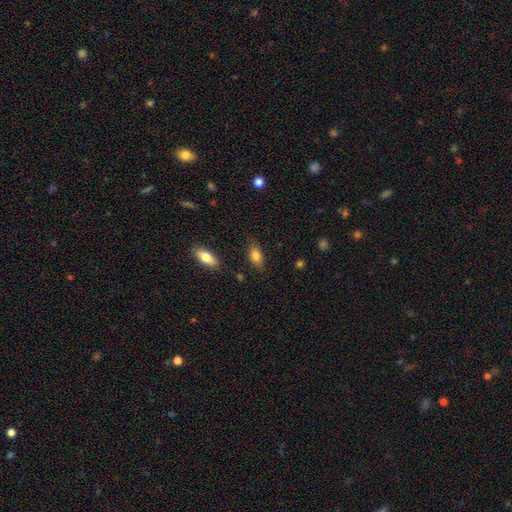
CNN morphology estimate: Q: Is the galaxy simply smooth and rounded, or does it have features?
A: smooth — 81%.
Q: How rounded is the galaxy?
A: in between — 85%.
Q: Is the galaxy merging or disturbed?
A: none — 80%.